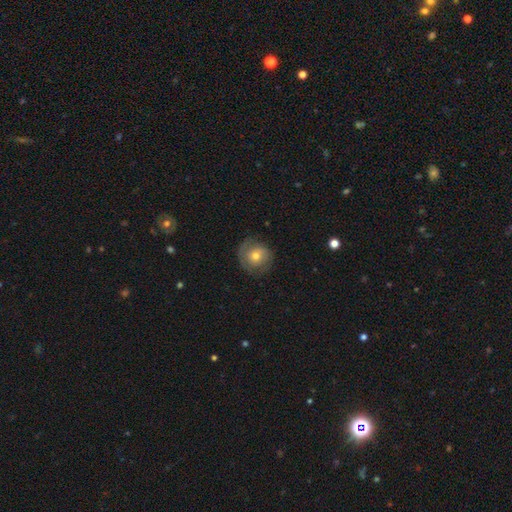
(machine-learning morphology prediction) A smooth galaxy with no disk features (48%).

Vote fractions:
- Smooth or featured? smooth: 48% / featured or disk: 44% / star or artifact: 8%
- Merging? none: 73% / minor disturbance: 18% / major disturbance: 8% / merger: 1%